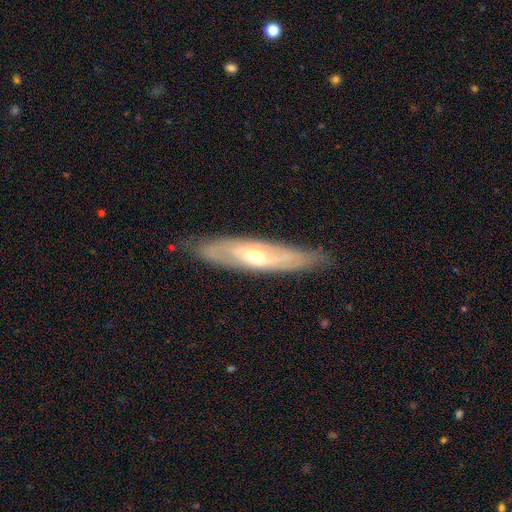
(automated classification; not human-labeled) Smooth or featured? featured or disk (69%)
Edge-on disk? no (60%)
Merging? none (83%)